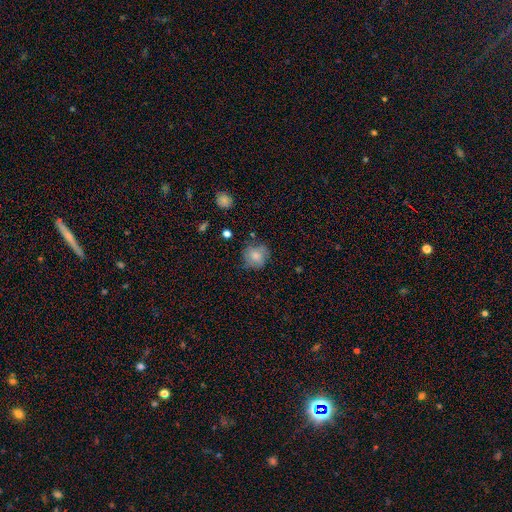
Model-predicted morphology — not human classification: smooth 75%, featured or disk 16%, star or artifact 9%. Down the decision tree: how rounded — round (84%); merging — none (71%).